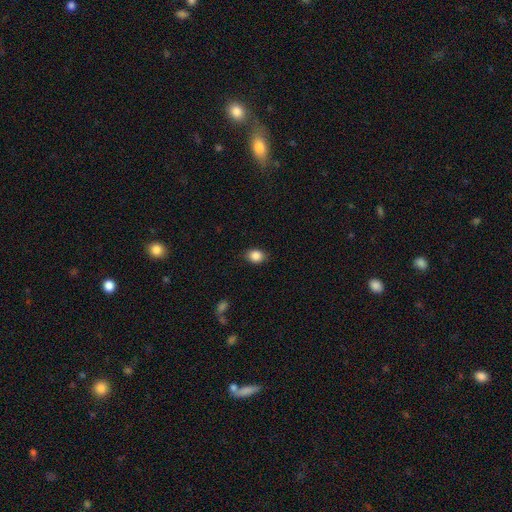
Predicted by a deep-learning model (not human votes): This appears to be a smooth galaxy with no disk features (87%) that is in between round and cigar-shaped (52%). Merging: none (83%).